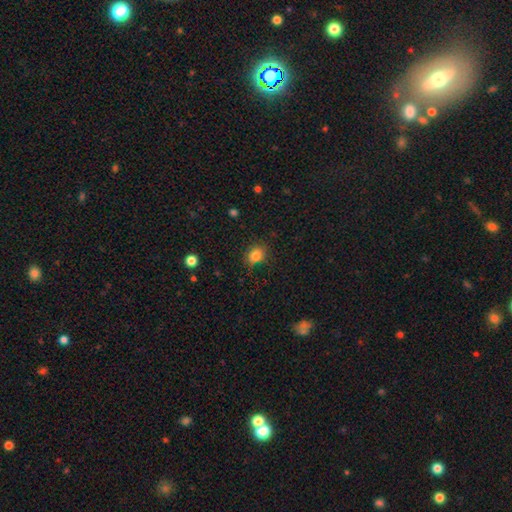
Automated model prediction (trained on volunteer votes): Smooth or featured?
  - smooth: 84% *
  - star or artifact: 11%
  - featured or disk: 5%
How rounded?
  - round: 54% *
  - in between: 45%
  - cigar-shaped: 1%
Merging?
  - none: 79% *
  - minor disturbance: 16%
  - major disturbance: 3%
  - merger: 2%